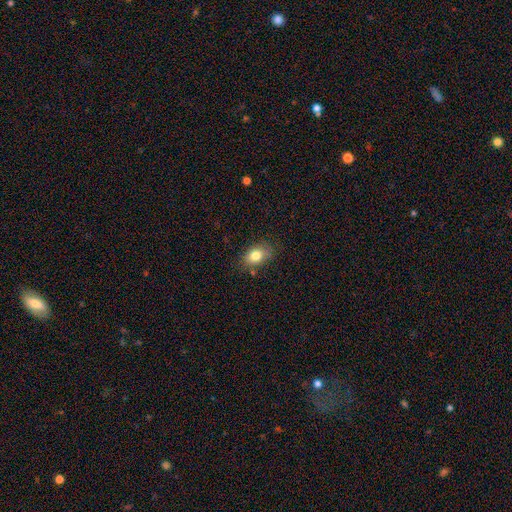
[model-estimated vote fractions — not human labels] smooth_or_featured: smooth (p=0.80) [alt: featured or disk p=0.10]
how_rounded: in between (p=0.76) [alt: round p=0.22]
merging: none (p=0.78) [alt: minor disturbance p=0.16]